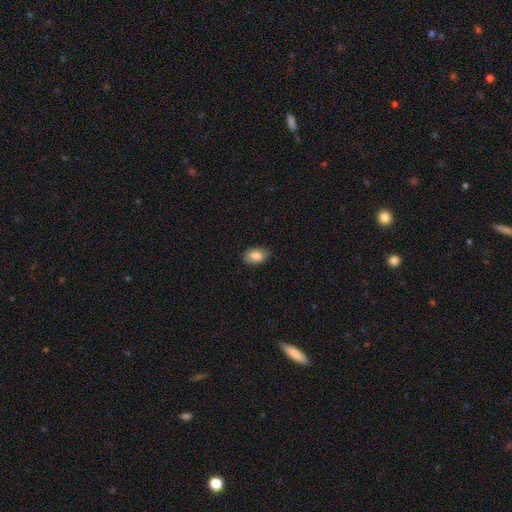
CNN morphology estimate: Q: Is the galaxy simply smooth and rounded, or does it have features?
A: smooth — 84%.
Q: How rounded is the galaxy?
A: in between — 88%.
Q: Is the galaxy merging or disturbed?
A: none — 83%.